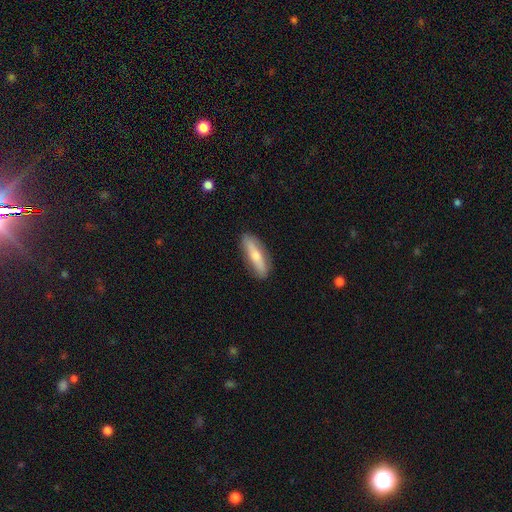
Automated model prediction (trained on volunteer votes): smooth_or_featured: smooth (p=0.52) [alt: featured or disk p=0.42]
how_rounded: cigar-shaped (p=0.63) [alt: in between p=0.35]
merging: none (p=0.86) [alt: minor disturbance p=0.11]